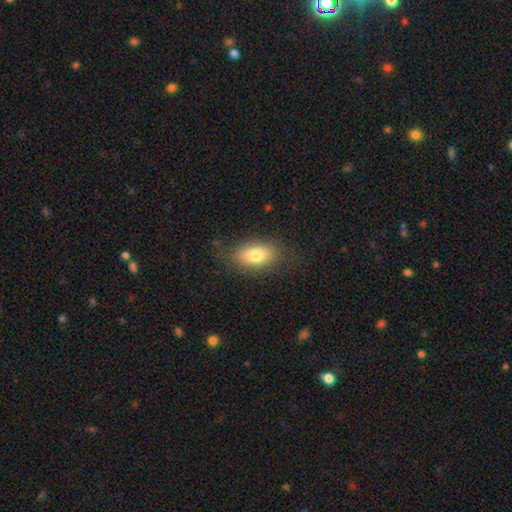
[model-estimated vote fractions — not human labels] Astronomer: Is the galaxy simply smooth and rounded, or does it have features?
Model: smooth — 76%.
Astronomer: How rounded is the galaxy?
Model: in between — 87%.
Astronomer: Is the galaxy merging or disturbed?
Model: none — 79%.